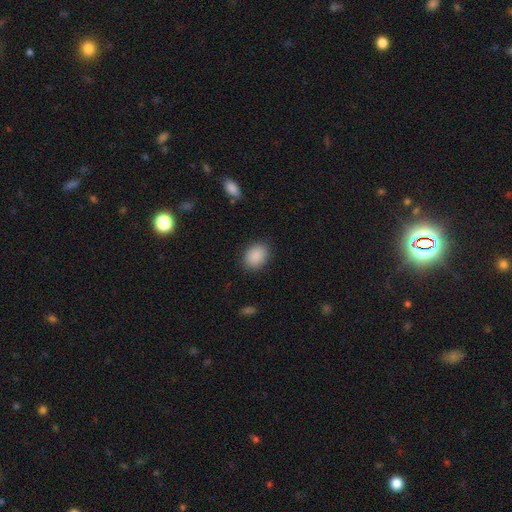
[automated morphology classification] type=smooth (89%); roundness=in between (64%); merging=none (86%).